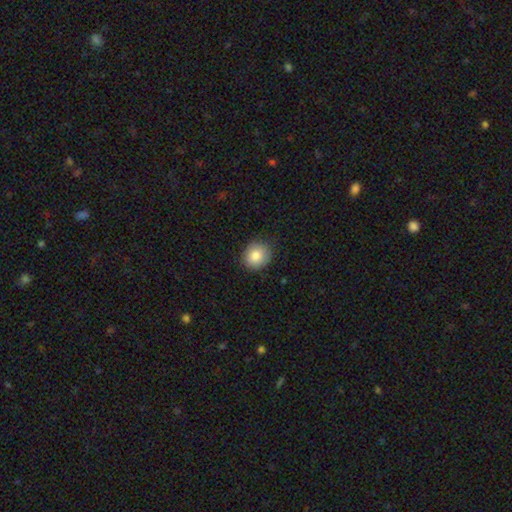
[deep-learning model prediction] Smooth or featured?
  - smooth: 84% *
  - star or artifact: 8%
  - featured or disk: 8%
How rounded?
  - round: 76% *
  - in between: 23%
  - cigar-shaped: 1%
Merging?
  - none: 85% *
  - minor disturbance: 12%
  - major disturbance: 2%
  - merger: 1%